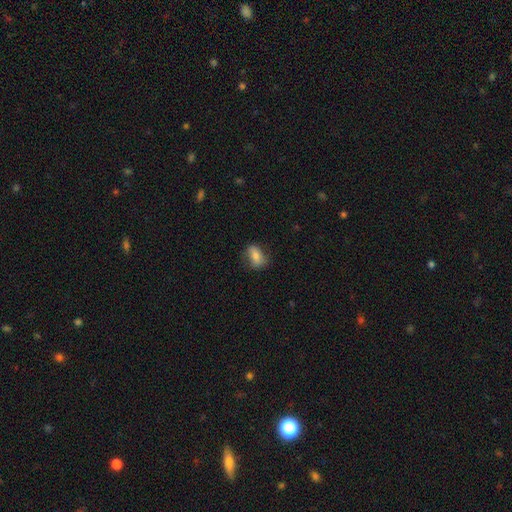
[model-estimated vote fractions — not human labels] This is likely a smooth galaxy (71%). How rounded: likely in between (79%). Merging: likely none (71%).